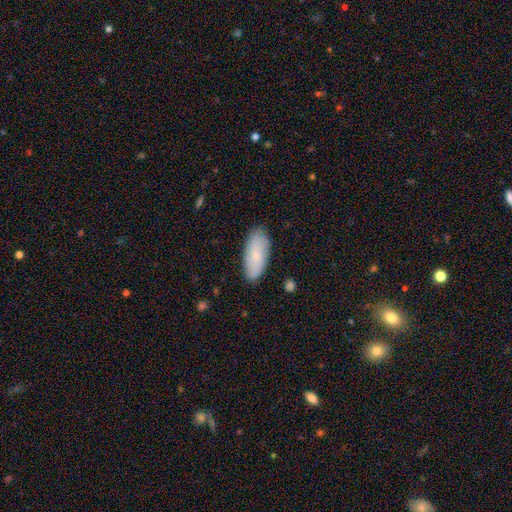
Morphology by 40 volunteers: Smooth or featured?
  - smooth: 90% *
  - featured or disk: 10%
  - star or artifact: 0%
How rounded?
  - in between: 78% *
  - cigar-shaped: 19%
  - round: 3%
Merging?
  - none: 88% *
  - minor disturbance: 5%
  - major disturbance: 5%
  - merger: 2%